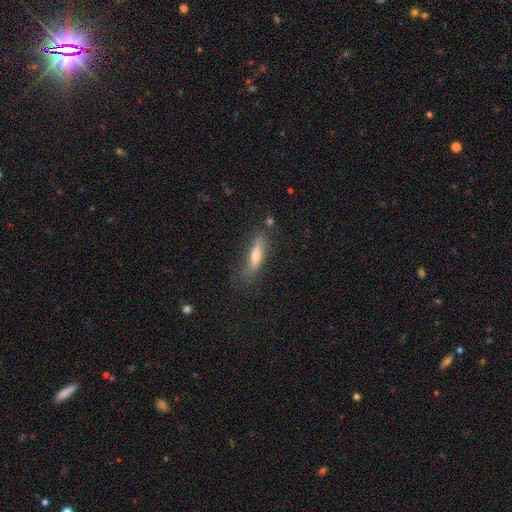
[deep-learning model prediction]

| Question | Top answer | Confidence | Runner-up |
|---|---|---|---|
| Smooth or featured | smooth | 52% | featured or disk (40%) |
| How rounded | cigar-shaped | 80% | in between (18%) |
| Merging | none | 71% | minor disturbance (20%) |